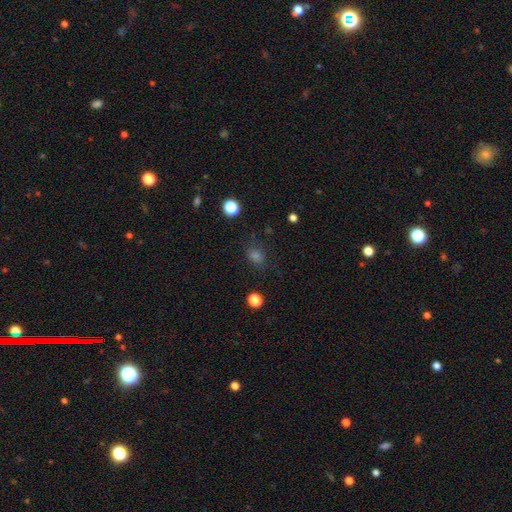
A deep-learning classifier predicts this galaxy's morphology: A smooth galaxy with no disk features (67%) that is round (60%).

Vote fractions:
- Smooth or featured? smooth: 67% / star or artifact: 26% / featured or disk: 7%
- How rounded? round: 60% / in between: 39% / cigar-shaped: 1%
- Merging? none: 76% / minor disturbance: 15% / major disturbance: 7% / merger: 2%